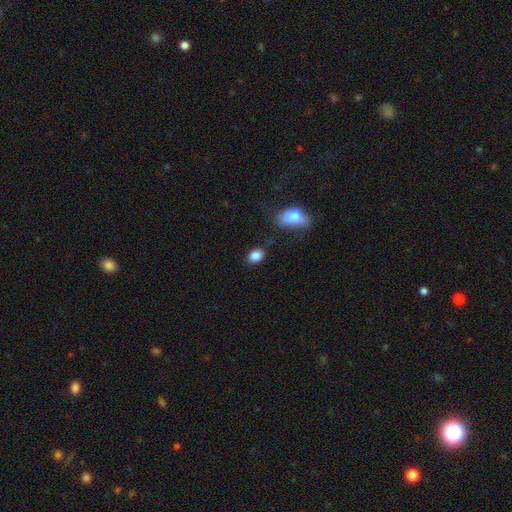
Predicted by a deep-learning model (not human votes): Overall: smooth (87%). How rounded: in between (77%). Merging: none (80%).